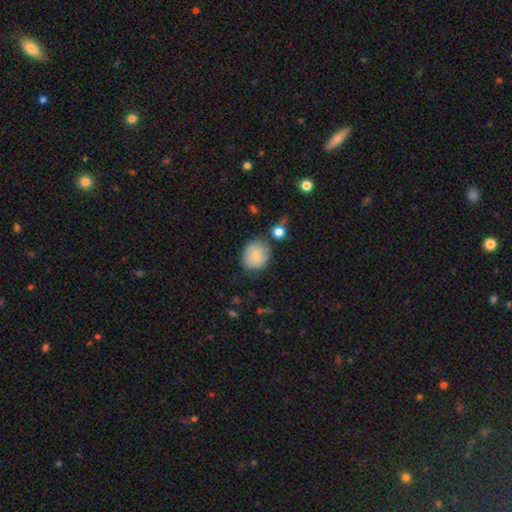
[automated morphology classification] This appears to be a smooth galaxy with no disk features (76%) that is round (76%). Merging: none (73%).